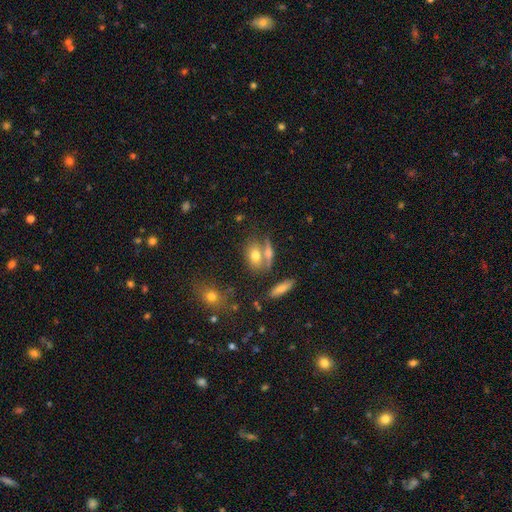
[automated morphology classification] This is likely a smooth galaxy (70%). How rounded: likely in between (75%). Merging: marginally none (45%).